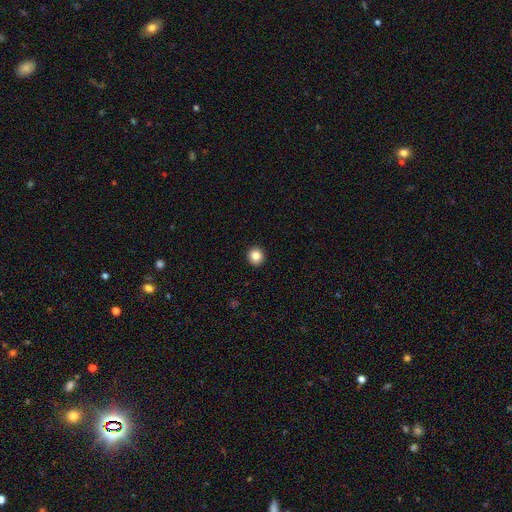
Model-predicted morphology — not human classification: Smooth or featured?
  - smooth: 85% *
  - star or artifact: 10%
  - featured or disk: 5%
How rounded?
  - round: 94% *
  - in between: 5%
  - cigar-shaped: 1%
Merging?
  - none: 94% *
  - minor disturbance: 4%
  - major disturbance: 1%
  - merger: 1%